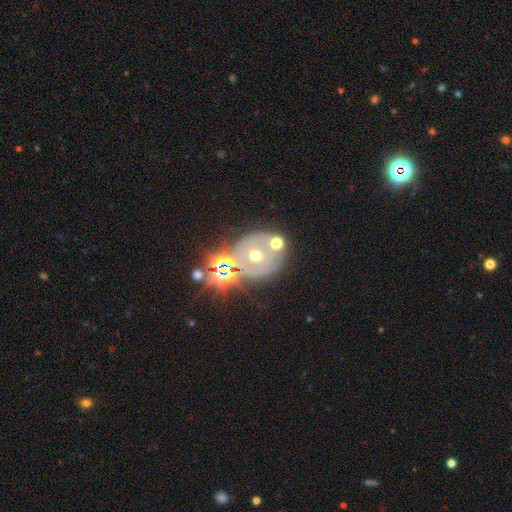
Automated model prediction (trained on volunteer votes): The model was most divided on "smooth or featured": featured or disk: 46%, smooth: 29%, star or artifact: 25%. More confident: merging — none (57%).